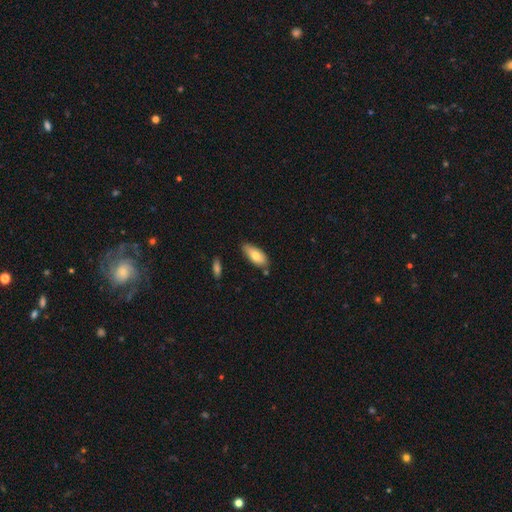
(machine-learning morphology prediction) Q: Smooth or featured?
A: smooth (75%); runner-up: featured or disk (18%)
Q: How rounded?
A: in between (86%); runner-up: cigar-shaped (12%)
Q: Merging?
A: none (70%); runner-up: minor disturbance (22%)